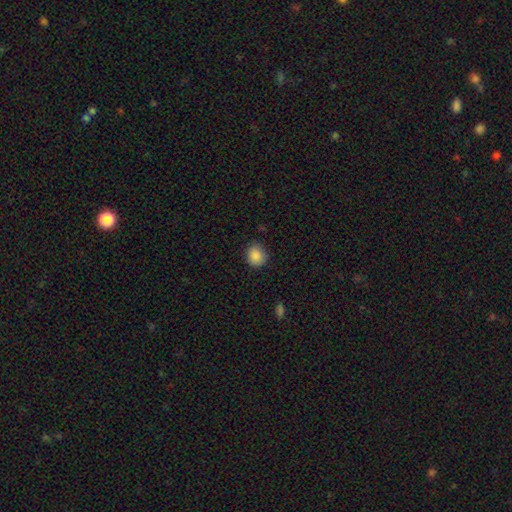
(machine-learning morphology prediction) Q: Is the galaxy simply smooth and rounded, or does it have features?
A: smooth — 88%.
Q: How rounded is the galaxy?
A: round — 77%.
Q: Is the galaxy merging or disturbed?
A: none — 81%.